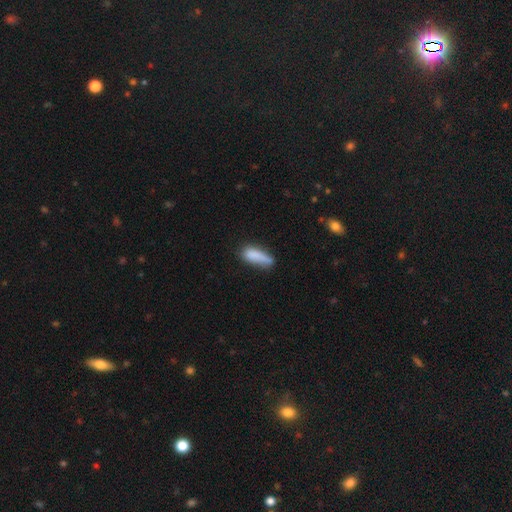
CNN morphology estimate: Smooth or featured: smooth — 80% (featured or disk — 12%)
How rounded: in between — 50% (cigar-shaped — 48%)
Merging: none — 50% (minor disturbance — 31%)